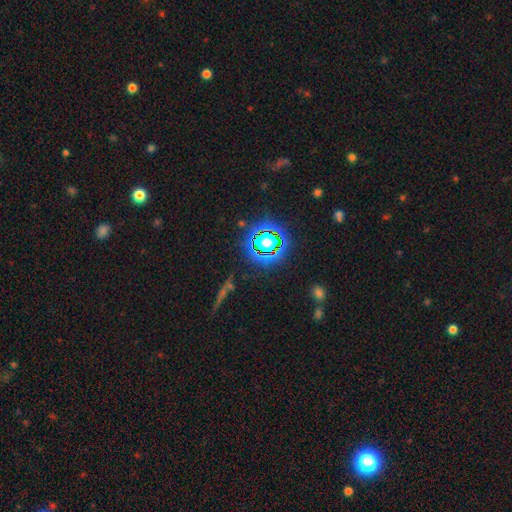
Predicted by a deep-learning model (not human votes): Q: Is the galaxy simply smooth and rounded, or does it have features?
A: star or artifact — 73%.